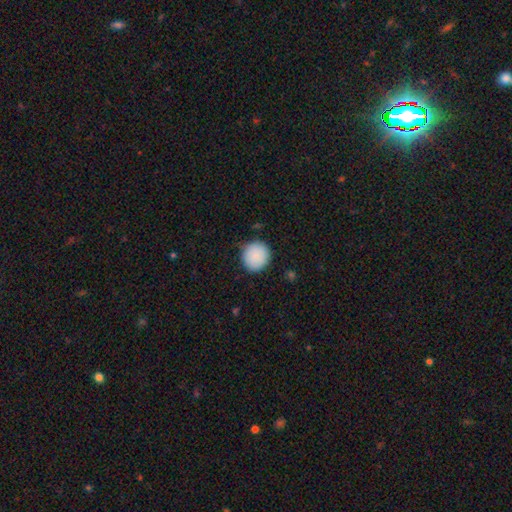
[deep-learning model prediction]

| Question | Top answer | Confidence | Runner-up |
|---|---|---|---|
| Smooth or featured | smooth | 88% | star or artifact (7%) |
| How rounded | round | 92% | in between (7%) |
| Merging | none | 84% | minor disturbance (12%) |